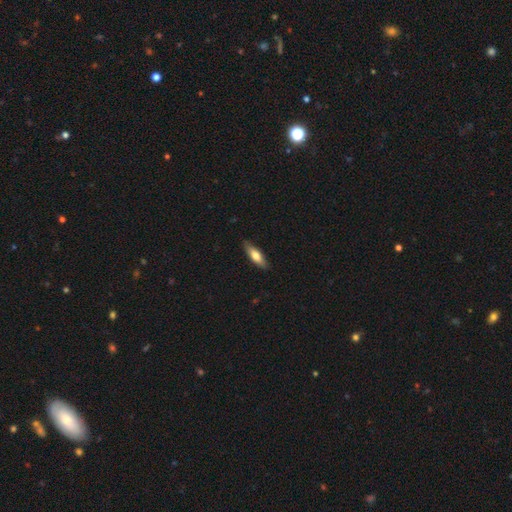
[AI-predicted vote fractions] Q: Smooth or featured?
A: smooth (68%); runner-up: featured or disk (26%)
Q: How rounded?
A: cigar-shaped (50%); runner-up: in between (48%)
Q: Merging?
A: none (85%); runner-up: minor disturbance (12%)